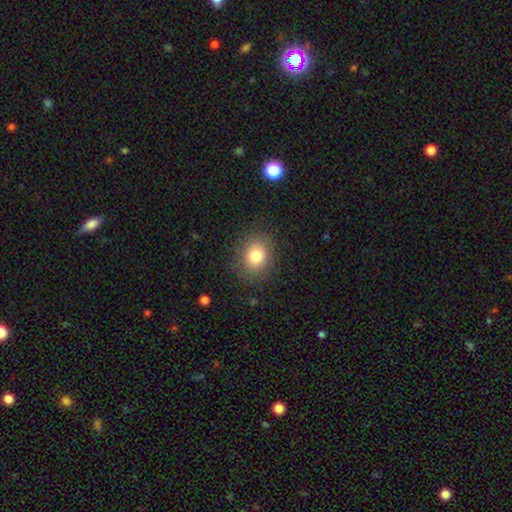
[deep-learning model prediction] Smooth or featured? Predicted: smooth (p=0.80). How rounded? Predicted: round (p=0.60). Merging? Predicted: none (p=0.84).